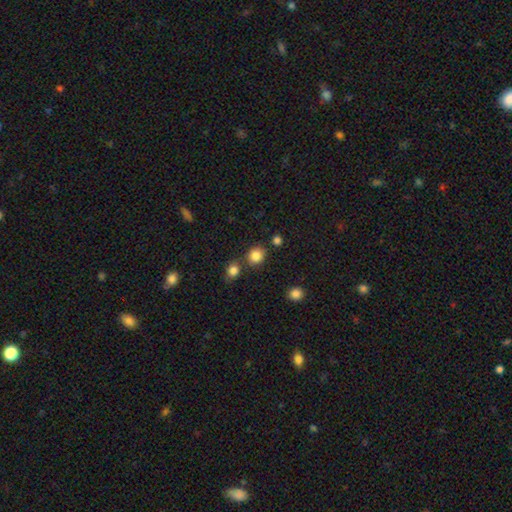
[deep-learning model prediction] Smooth or featured? smooth (84%)
How rounded? round (80%)
Merging? none (74%)